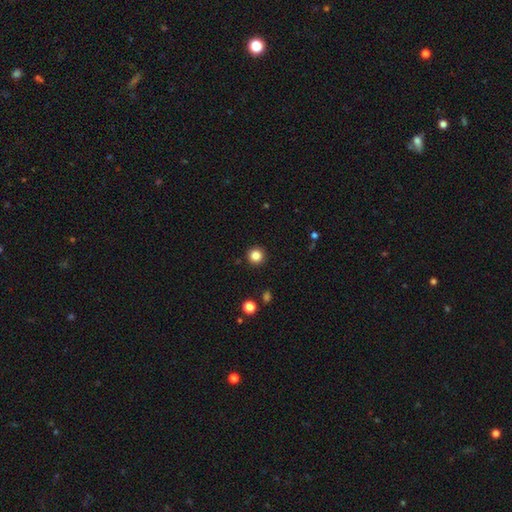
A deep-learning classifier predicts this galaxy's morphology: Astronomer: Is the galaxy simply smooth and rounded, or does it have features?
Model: smooth — 84%.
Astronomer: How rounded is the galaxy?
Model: round — 96%.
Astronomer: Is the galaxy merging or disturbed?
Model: none — 93%.